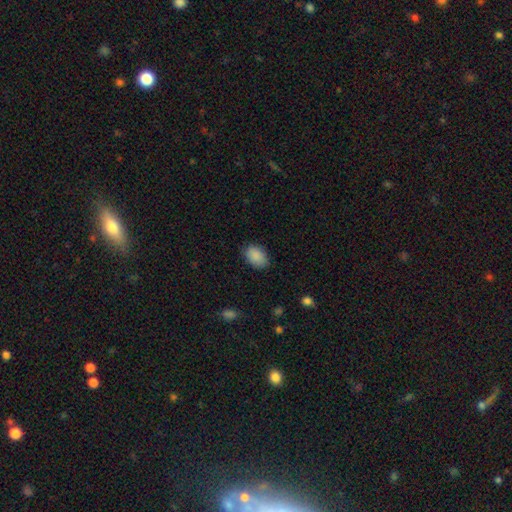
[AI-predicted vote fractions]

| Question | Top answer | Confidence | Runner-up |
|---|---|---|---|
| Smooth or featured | smooth | 89% | star or artifact (7%) |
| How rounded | in between | 85% | round (14%) |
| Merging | none | 81% | minor disturbance (15%) |